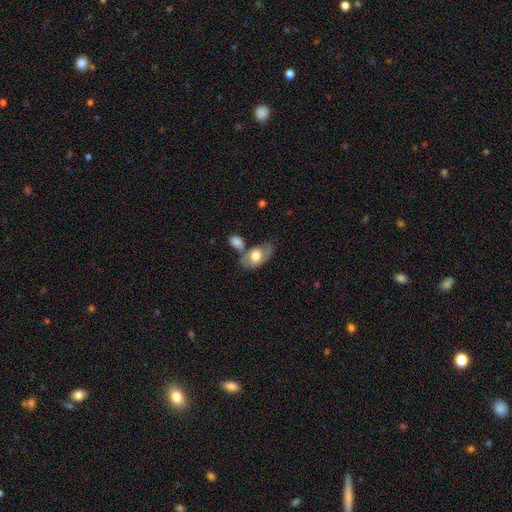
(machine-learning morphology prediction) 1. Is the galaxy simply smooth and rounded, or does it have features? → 59% smooth, 35% featured or disk, 6% star or artifact.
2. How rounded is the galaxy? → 88% in between, 9% round, 2% cigar-shaped.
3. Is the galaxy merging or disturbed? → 42% none, 27% merger, 21% minor disturbance, 10% major disturbance.